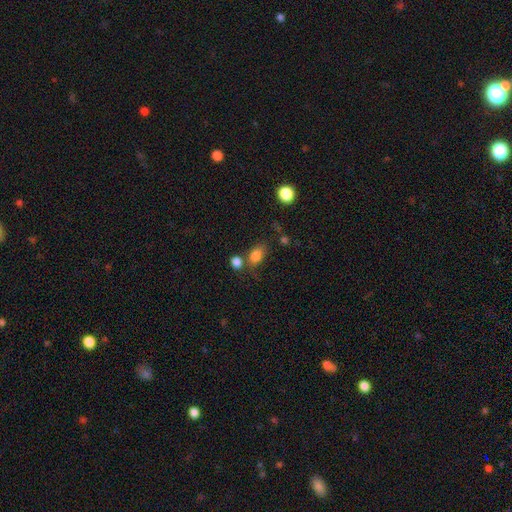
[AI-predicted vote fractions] smooth 82%, star or artifact 11%, featured or disk 7%. Down the decision tree: how rounded — in between (76%); merging — none (56%).